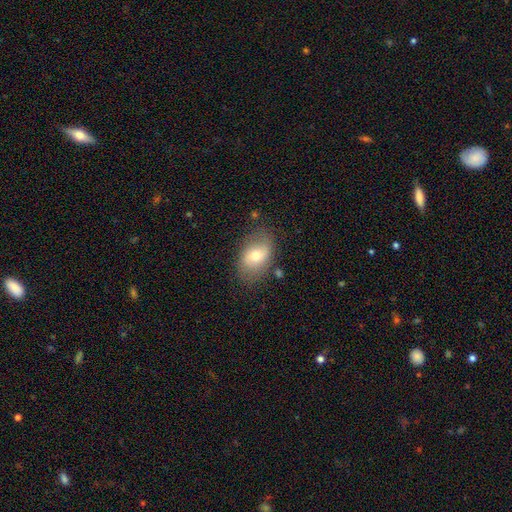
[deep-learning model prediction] Smooth or featured?
  - smooth: 60% *
  - featured or disk: 32%
  - star or artifact: 8%
How rounded?
  - in between: 85% *
  - round: 14%
  - cigar-shaped: 1%
Merging?
  - none: 75% *
  - minor disturbance: 17%
  - major disturbance: 5%
  - merger: 2%